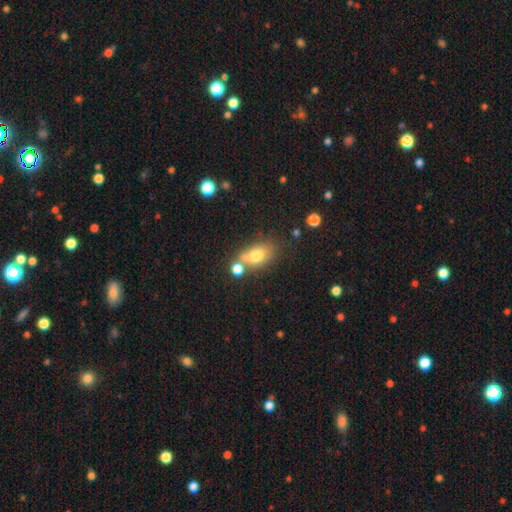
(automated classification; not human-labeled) Morphology: type=smooth (73%); roundness=in between (79%); merging=none (50%).